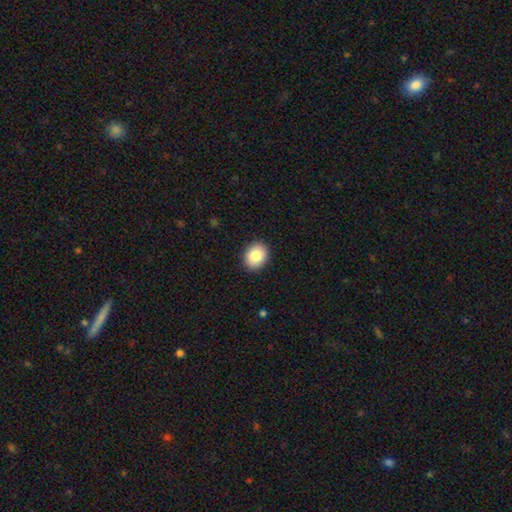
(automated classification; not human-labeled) Q: Smooth or featured?
A: smooth (84%); runner-up: star or artifact (8%)
Q: How rounded?
A: in between (51%); runner-up: round (48%)
Q: Merging?
A: none (90%); runner-up: minor disturbance (7%)